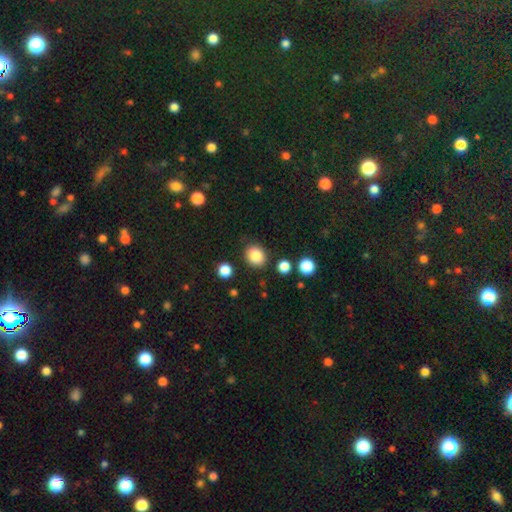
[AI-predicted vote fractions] The model was most divided on "how rounded": round: 62%, in between: 37%, cigar-shaped: 1%. More confident: smooth or featured — smooth (85%); merging — none (84%).